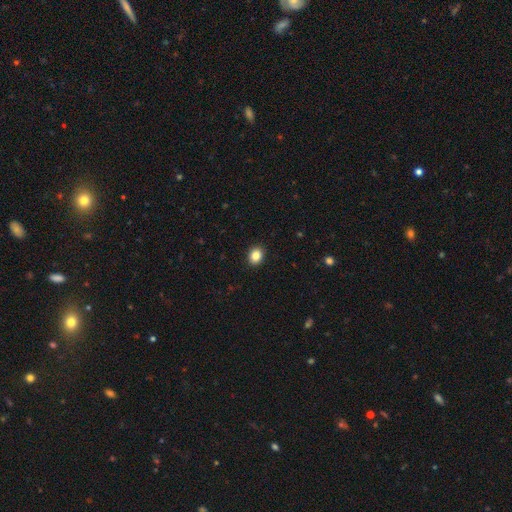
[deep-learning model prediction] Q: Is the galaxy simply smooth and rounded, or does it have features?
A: smooth — 85%.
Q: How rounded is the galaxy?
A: round — 55%.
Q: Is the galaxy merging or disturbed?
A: none — 92%.